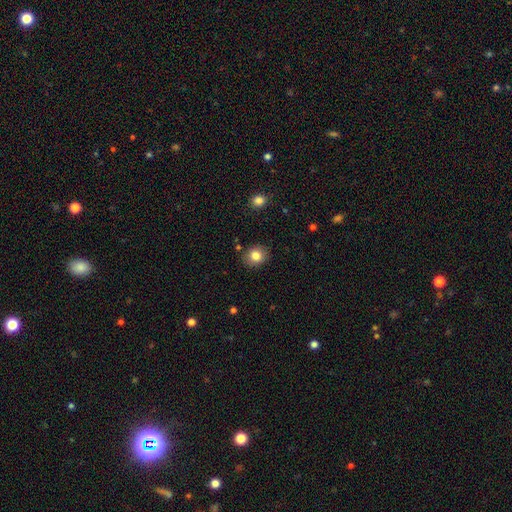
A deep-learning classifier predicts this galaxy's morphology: Overall: smooth (83%). How rounded: round (69%; in between 30%). Merging: none (87%).